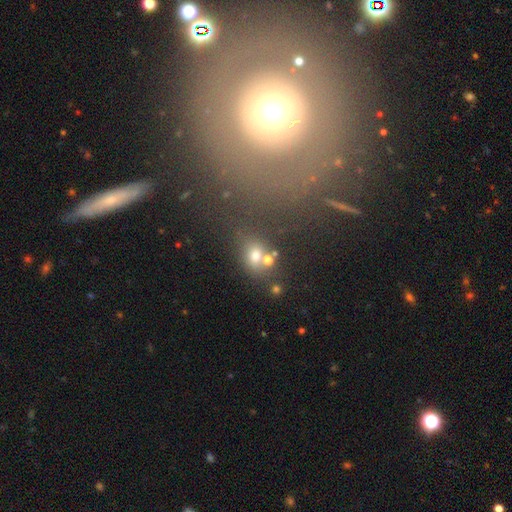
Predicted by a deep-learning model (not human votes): smooth 62%, star or artifact 25%, featured or disk 14%. Down the decision tree: how rounded — round (51%); merging — none (53%).